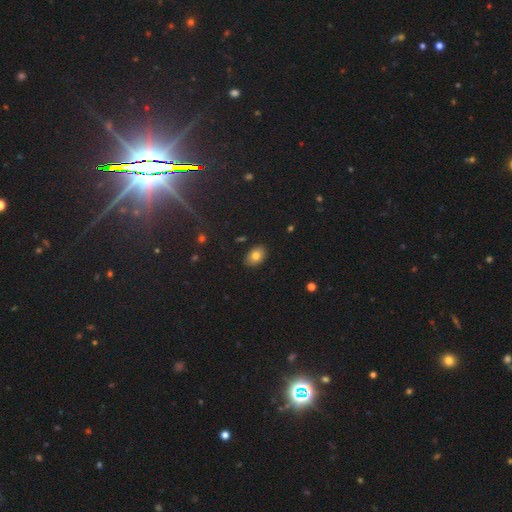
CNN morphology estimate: This appears to be a smooth galaxy with no disk features (78%) that is in between round and cigar-shaped (82%). Merging: none (87%).